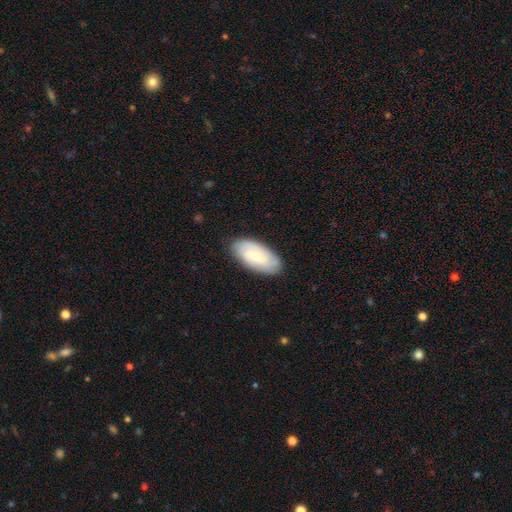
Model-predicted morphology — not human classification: smooth-or-featured: smooth: 50% | featured or disk: 44% | star or artifact: 6%
  merging: none: 84% | minor disturbance: 12% | major disturbance: 2% | merger: 1%